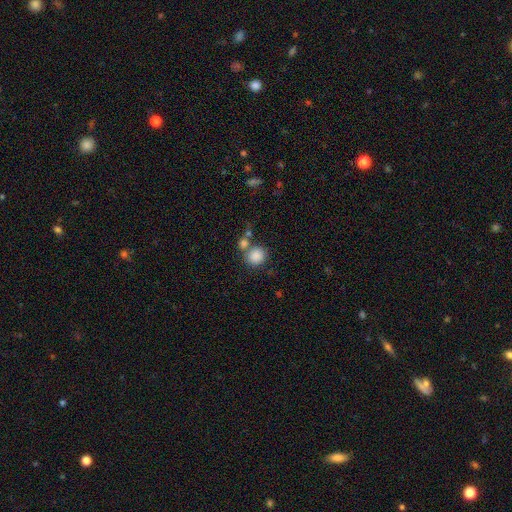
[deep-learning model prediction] Smooth or featured?
  - smooth: 85% *
  - star or artifact: 9%
  - featured or disk: 5%
How rounded?
  - round: 85% *
  - in between: 14%
  - cigar-shaped: 1%
Merging?
  - none: 59% *
  - merger: 26%
  - minor disturbance: 10%
  - major disturbance: 5%